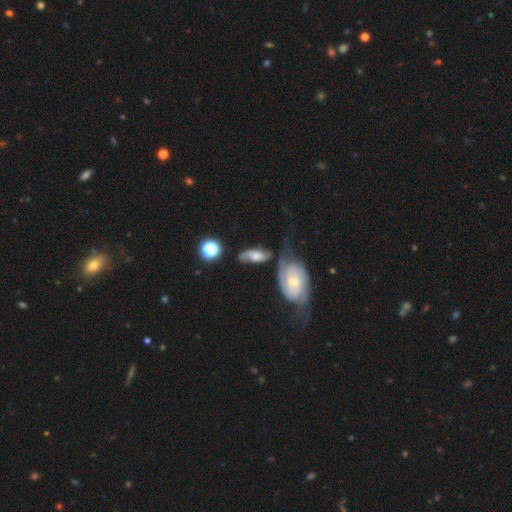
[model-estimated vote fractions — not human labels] This appears to be a featured or disk galaxy (62%) with no bar (54%), spiral arms (88%) and a moderate central bulge (40%). Merging: none (39%).